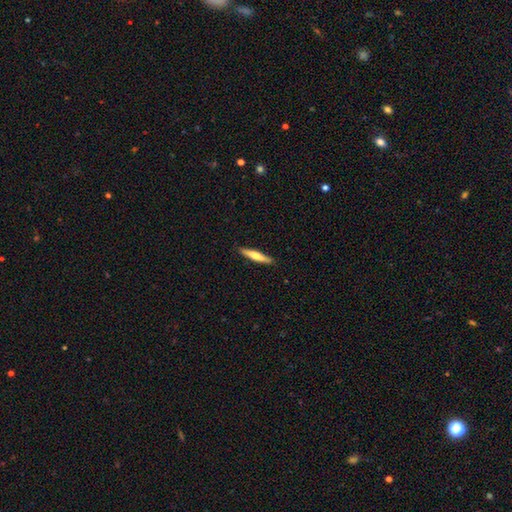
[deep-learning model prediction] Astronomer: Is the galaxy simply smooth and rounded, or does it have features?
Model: smooth — 61%.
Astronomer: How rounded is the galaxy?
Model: cigar-shaped — 89%.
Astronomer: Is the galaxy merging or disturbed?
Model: none — 88%.